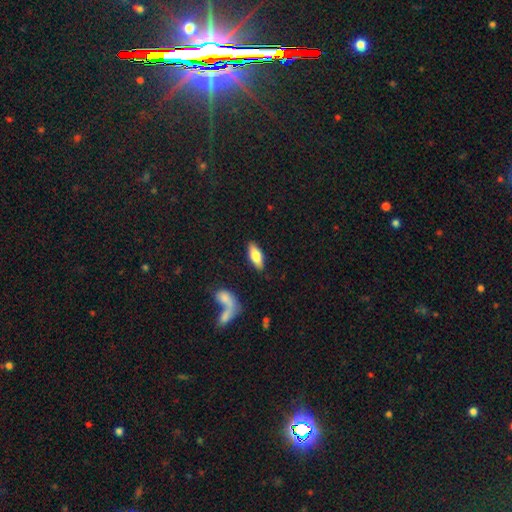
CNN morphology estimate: Smooth or featured? Predicted: smooth (p=0.68). How rounded? Predicted: in between (p=0.71). Merging? Predicted: none (p=0.84).